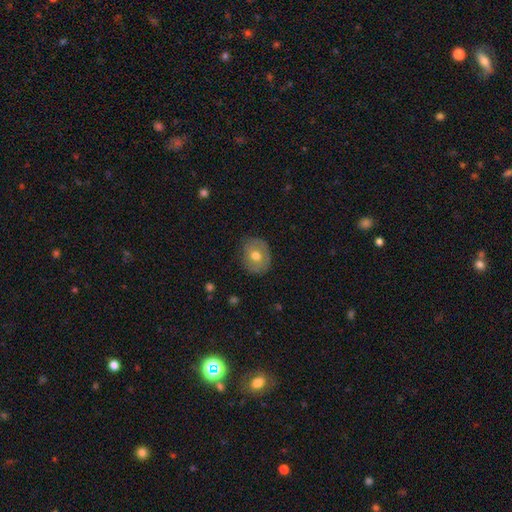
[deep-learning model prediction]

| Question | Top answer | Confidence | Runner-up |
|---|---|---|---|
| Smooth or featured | smooth | 58% | featured or disk (34%) |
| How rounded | round | 52% | in between (47%) |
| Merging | none | 81% | minor disturbance (14%) |